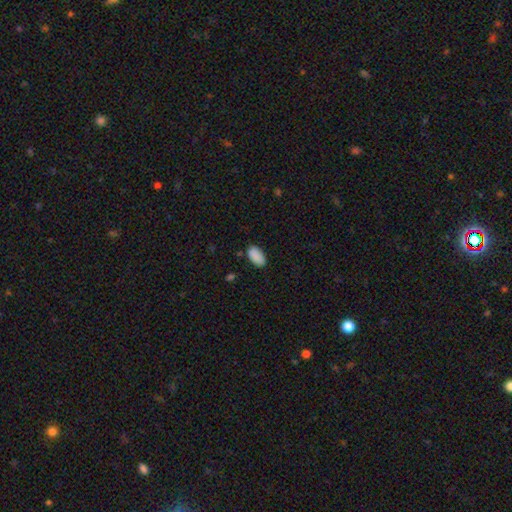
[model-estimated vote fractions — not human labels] Overall: smooth (89%). How rounded: in between (94%). Merging: none (83%).